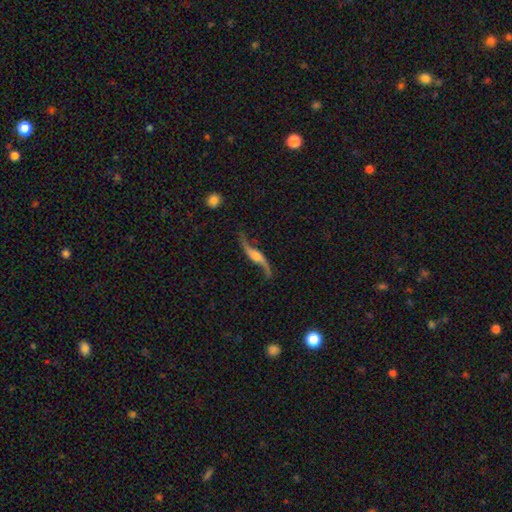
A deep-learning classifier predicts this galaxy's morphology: Smooth or featured? featured or disk (84%)
Edge-on disk? no (71%)
Bar? no (55%)
Spiral arms? yes (94%)
Spiral winding? loose (94%)
Spiral arm count? 2 (93%)
Bulge size? moderate (38%)
Merging? none (72%)